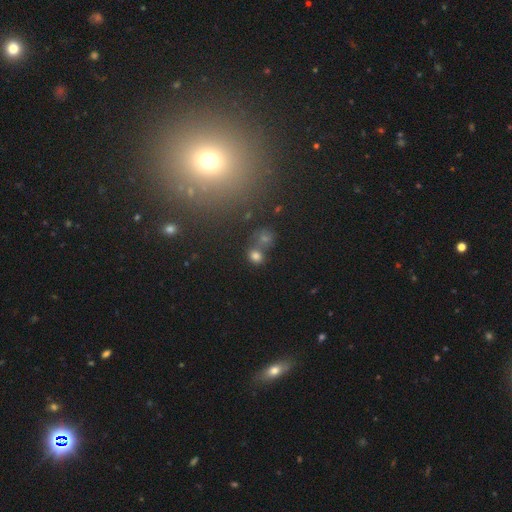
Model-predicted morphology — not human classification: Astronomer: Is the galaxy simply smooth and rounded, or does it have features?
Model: smooth — 72%.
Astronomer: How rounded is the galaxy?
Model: round — 65%.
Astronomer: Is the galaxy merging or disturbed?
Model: none — 50% (runner-up: merger, 35%).